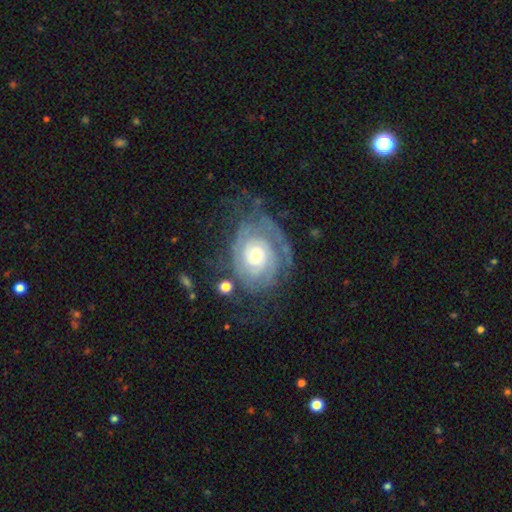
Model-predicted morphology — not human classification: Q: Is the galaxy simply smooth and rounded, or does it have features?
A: featured or disk — 84%.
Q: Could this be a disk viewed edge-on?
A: no — 97%.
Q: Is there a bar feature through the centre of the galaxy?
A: no — 80%.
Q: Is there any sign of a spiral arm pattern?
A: yes — 94%.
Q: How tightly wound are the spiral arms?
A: tight — 75%.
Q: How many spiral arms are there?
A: can't tell — 38%.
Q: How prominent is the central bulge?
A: small — 53%.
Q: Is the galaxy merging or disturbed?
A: none — 60%.